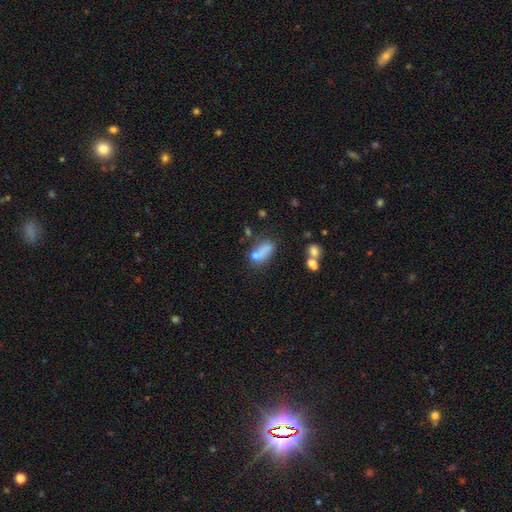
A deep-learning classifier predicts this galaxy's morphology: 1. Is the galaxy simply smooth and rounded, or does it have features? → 63% smooth, 20% featured or disk, 17% star or artifact.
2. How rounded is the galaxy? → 72% in between, 16% round, 12% cigar-shaped.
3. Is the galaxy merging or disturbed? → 37% none, 31% merger, 17% minor disturbance, 14% major disturbance.